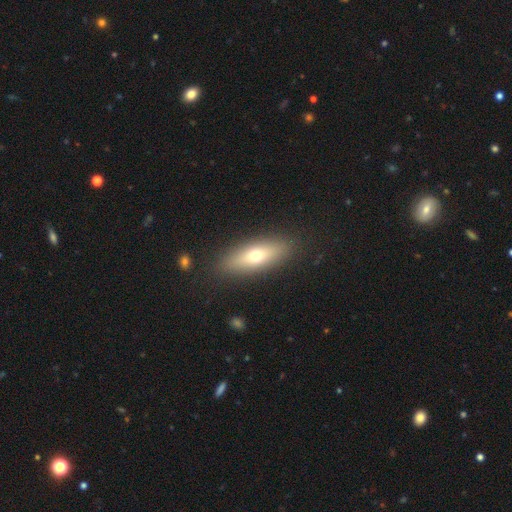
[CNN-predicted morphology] type=smooth (62%); roundness=in between (55%); merging=none (88%).